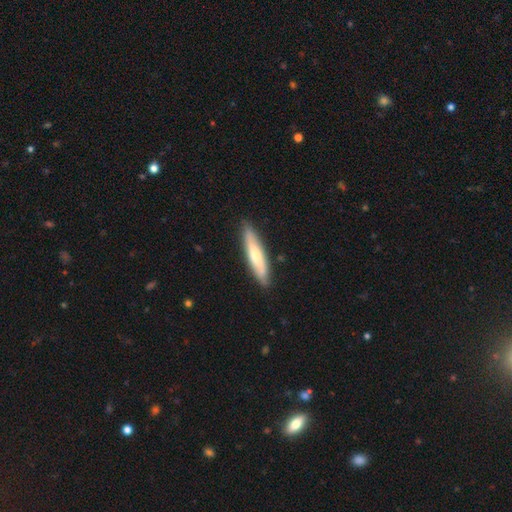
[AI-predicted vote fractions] Smooth or featured?
  - smooth: 51% *
  - featured or disk: 44%
  - star or artifact: 5%
How rounded?
  - cigar-shaped: 81% *
  - in between: 18%
  - round: 1%
Merging?
  - none: 84% *
  - minor disturbance: 12%
  - major disturbance: 2%
  - merger: 1%